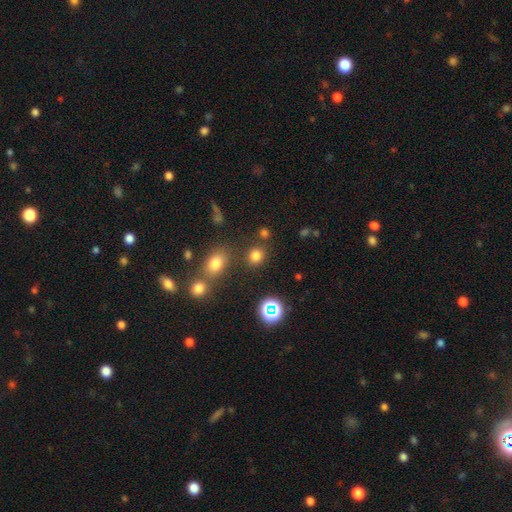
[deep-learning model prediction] smooth-or-featured: smooth: 76% | star or artifact: 18% | featured or disk: 6%
  how-rounded: round: 80% | in between: 19% | cigar-shaped: 1%
  merging: none: 79% | minor disturbance: 9% | merger: 8% | major disturbance: 4%